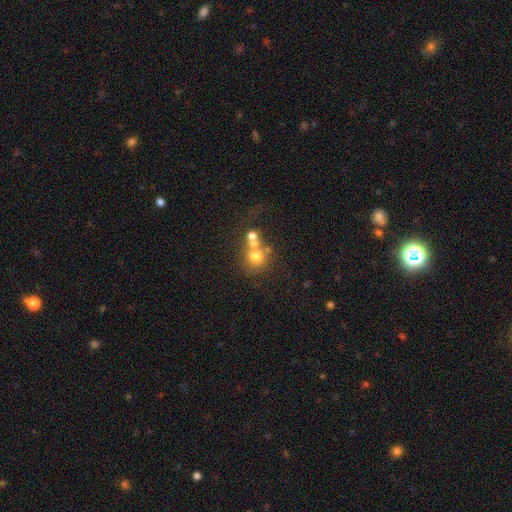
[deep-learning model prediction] A smooth galaxy with no disk features (66%) that is round (87%).

Vote fractions:
- Smooth or featured? smooth: 66% / featured or disk: 18% / star or artifact: 16%
- How rounded? round: 87% / in between: 12% / cigar-shaped: 1%
- Merging? none: 44% / merger: 41% / minor disturbance: 8% / major disturbance: 6%